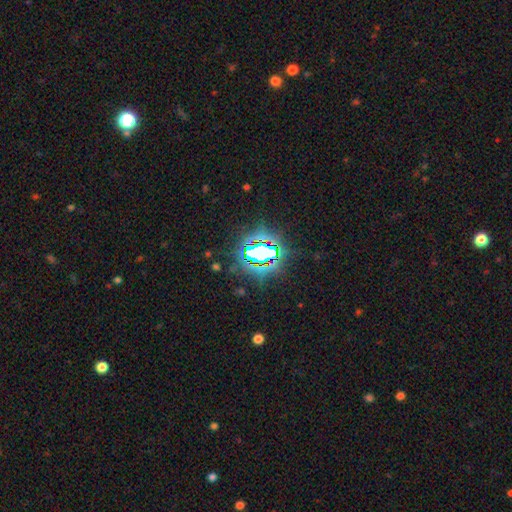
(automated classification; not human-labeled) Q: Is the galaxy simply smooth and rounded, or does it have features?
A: star or artifact — 76%.